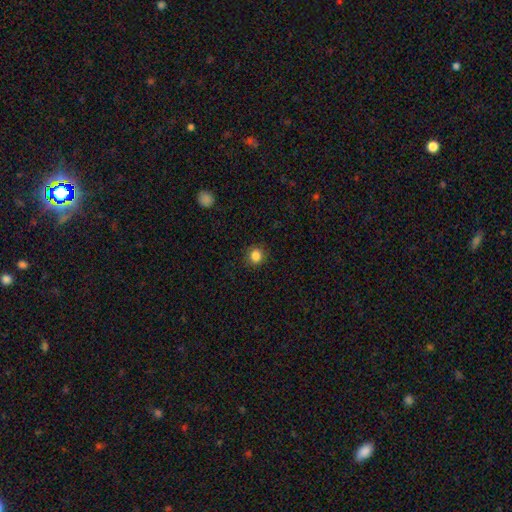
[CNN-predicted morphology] type=smooth (85%); roundness=round (85%); merging=none (89%).